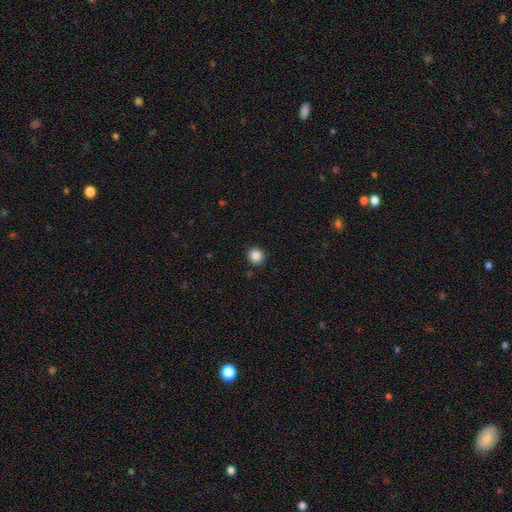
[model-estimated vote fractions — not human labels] smooth 86%, star or artifact 10%, featured or disk 4%. Down the decision tree: how rounded — round (83%); merging — none (91%).